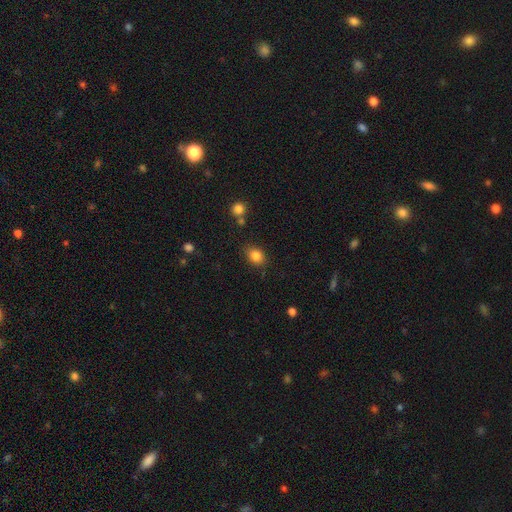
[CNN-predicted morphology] Smooth or featured? smooth (83%)
How rounded? in between (58%)
Merging? none (82%)